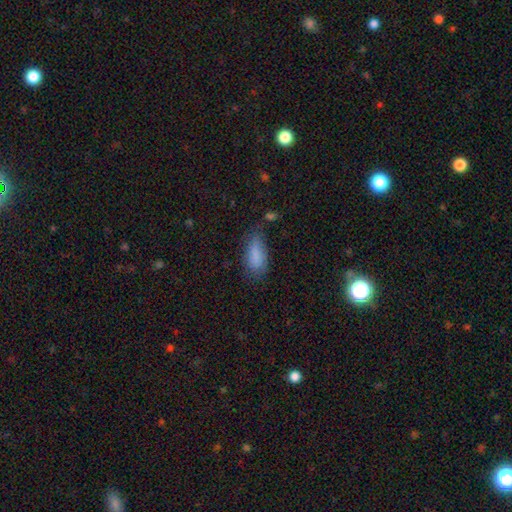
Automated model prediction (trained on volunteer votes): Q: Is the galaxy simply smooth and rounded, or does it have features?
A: smooth — 84%.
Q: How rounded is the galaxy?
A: in between — 84%.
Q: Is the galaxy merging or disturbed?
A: none — 61%.